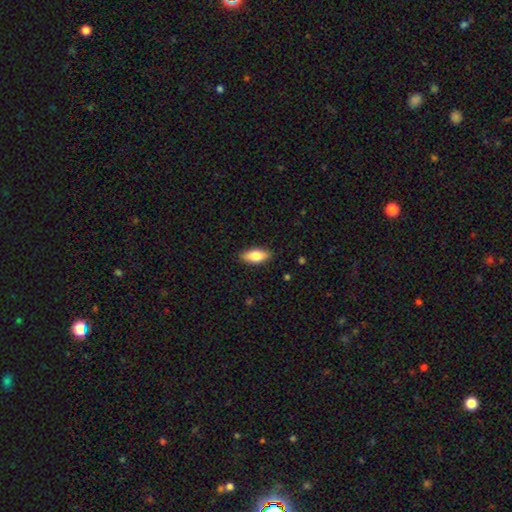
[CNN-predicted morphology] This appears to be a smooth galaxy with no disk features (77%) that is in between round and cigar-shaped (85%). Merging: none (88%).